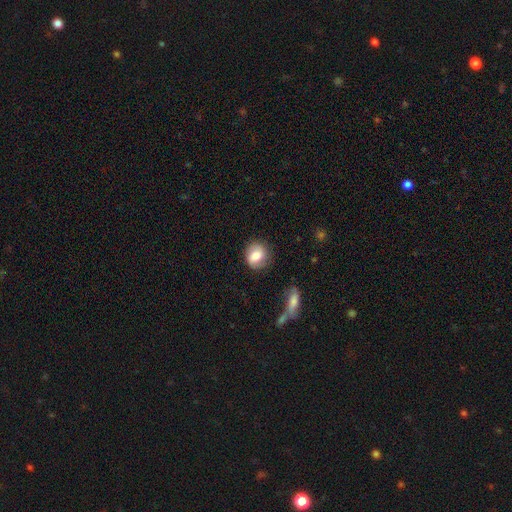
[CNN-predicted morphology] smooth 71%, featured or disk 21%, star or artifact 8%. Down the decision tree: how rounded — round (75%); merging — none (79%).